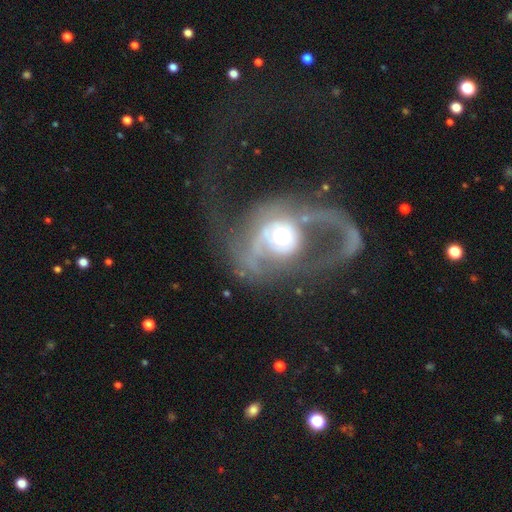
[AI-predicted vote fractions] Smooth or featured? Predicted: featured or disk (p=0.71). Edge-on disk? Predicted: no (p=0.96). Bar? Predicted: no (p=0.76). Spiral arms? Predicted: yes (p=0.60). Bulge size? Predicted: moderate (p=0.55). Merging? Predicted: major disturbance (p=0.62).